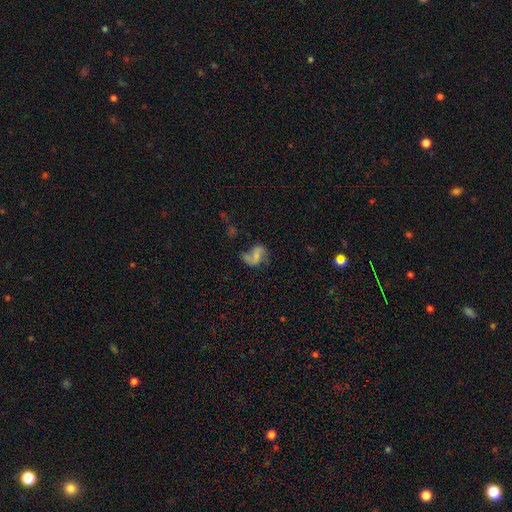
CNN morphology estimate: Smooth or featured: featured or disk — 58% (smooth — 31%)
Edge-on disk: no — 97% (yes — 3%)
Bar: weak — 40% (no — 34%)
Spiral arms: yes — 81% (no — 19%)
Bulge size: none — 49% (small — 30%)
Merging: none — 47% (minor disturbance — 23%)